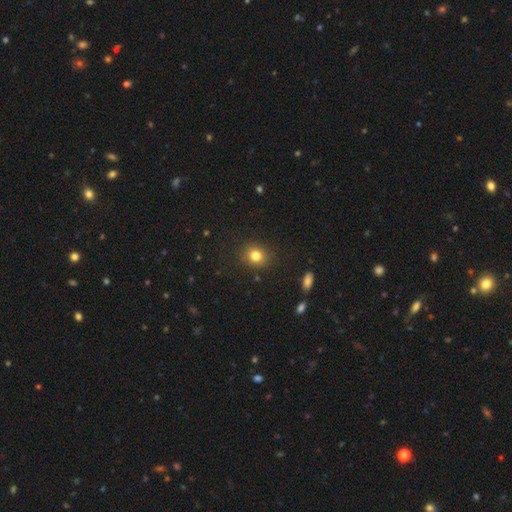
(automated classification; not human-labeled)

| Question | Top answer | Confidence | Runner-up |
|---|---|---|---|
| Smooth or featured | smooth | 81% | star or artifact (12%) |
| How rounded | round | 75% | in between (24%) |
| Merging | none | 87% | minor disturbance (8%) |